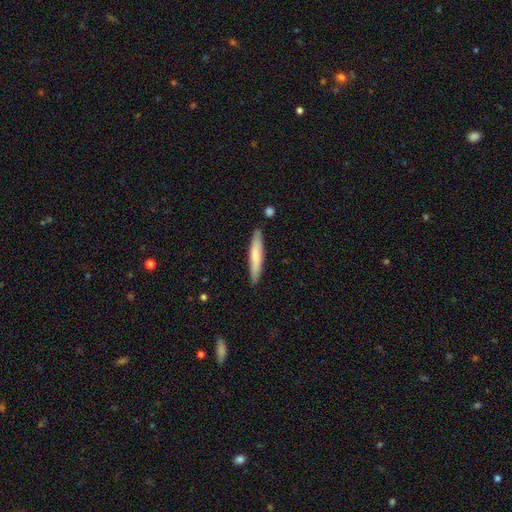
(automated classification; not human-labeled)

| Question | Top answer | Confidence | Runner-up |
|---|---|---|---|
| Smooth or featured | smooth | 69% | featured or disk (25%) |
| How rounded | cigar-shaped | 91% | in between (8%) |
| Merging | none | 87% | minor disturbance (10%) |